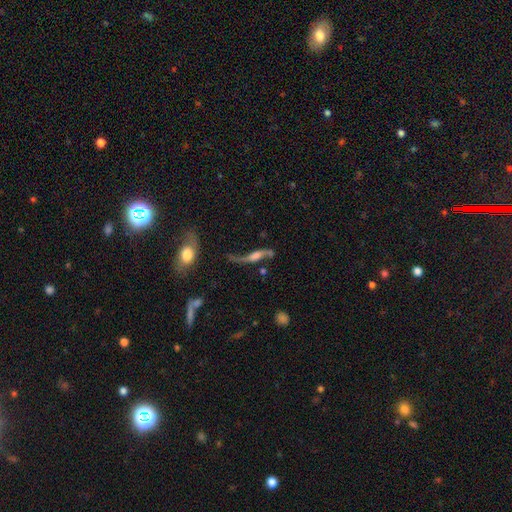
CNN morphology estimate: featured or disk 78%, smooth 13%, star or artifact 9%. Down the decision tree: edge-on disk — no (69%); bar — no (51%); spiral arms — yes (89%); bulge size — moderate (32%); merging — none (51%).